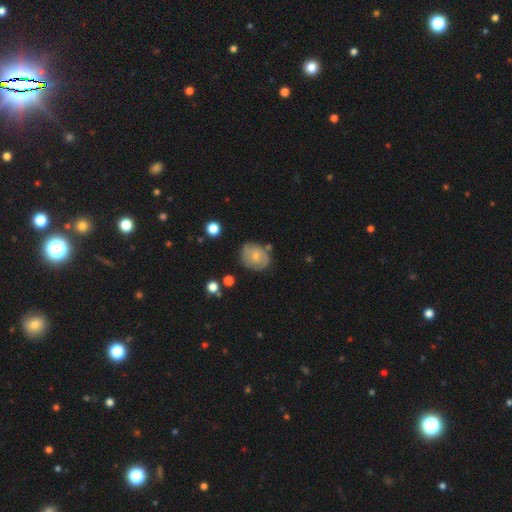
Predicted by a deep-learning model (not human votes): featured or disk 48%, smooth 45%, star or artifact 7%. Down the decision tree: merging — none (65%).